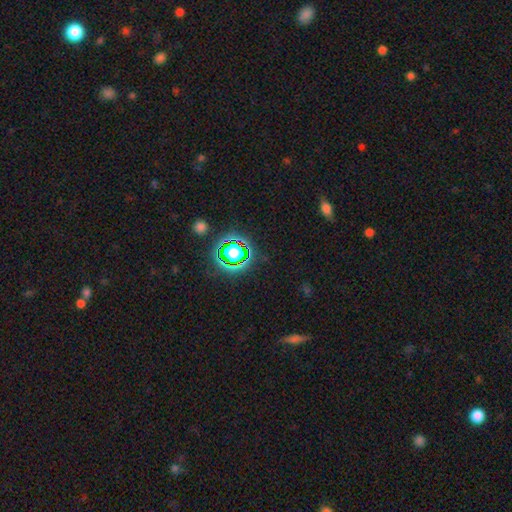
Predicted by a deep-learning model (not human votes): smooth_or_featured: star or artifact (p=0.75) [alt: smooth p=0.16]